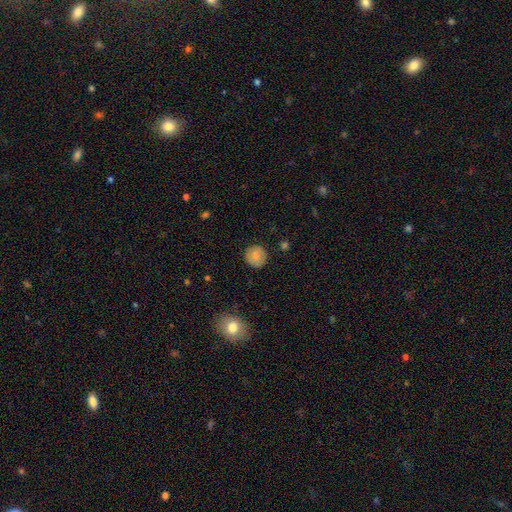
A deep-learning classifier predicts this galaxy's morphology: Smooth or featured? Predicted: smooth (p=0.73). How rounded? Predicted: round (p=0.92). Merging? Predicted: none (p=0.87).